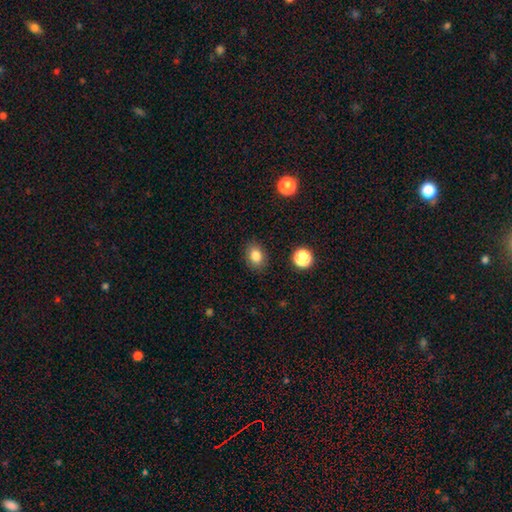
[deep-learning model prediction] Smooth or featured: smooth — 83% (star or artifact — 11%)
How rounded: in between — 58% (round — 41%)
Merging: none — 86% (minor disturbance — 10%)